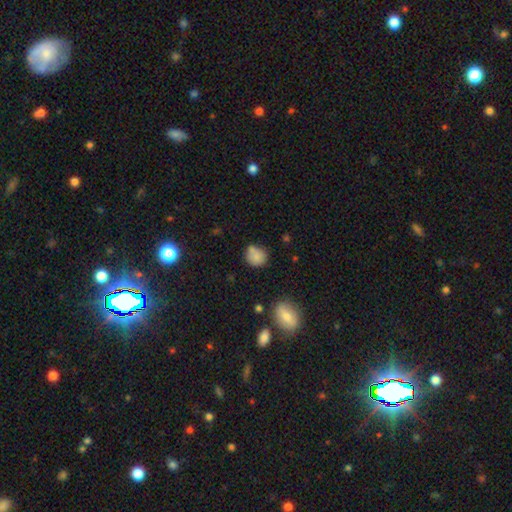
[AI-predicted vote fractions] A smooth galaxy with no disk features (81%) that is round (78%). Merging: none (65%).